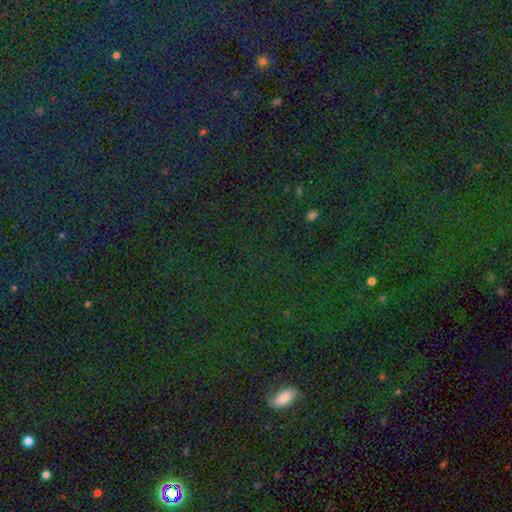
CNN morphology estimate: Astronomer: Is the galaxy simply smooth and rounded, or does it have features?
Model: star or artifact — 75%.